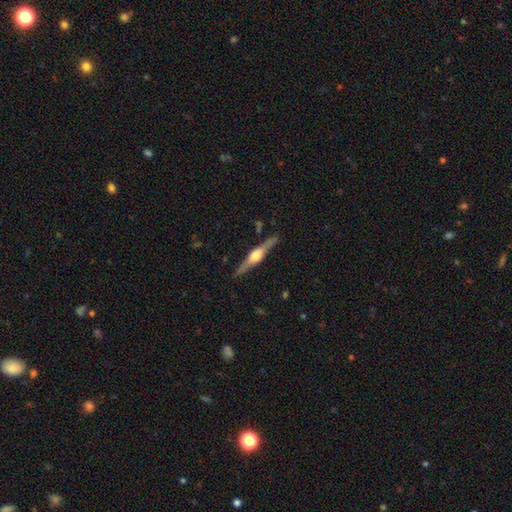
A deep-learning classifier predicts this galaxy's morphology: A featured or disk galaxy (80%) viewed edge-on (98%) with a rounded central bulge (93%).

Vote fractions:
- Smooth or featured? featured or disk: 80% / smooth: 15% / star or artifact: 5%
- Edge-on disk? yes: 98% / no: 2%
- Edge-on bulge? rounded: 93% / boxy: 6% / none: 2%
- Merging? none: 89% / minor disturbance: 8% / major disturbance: 2% / merger: 1%